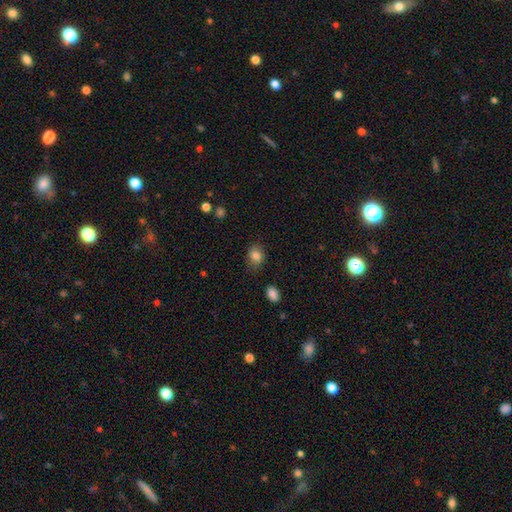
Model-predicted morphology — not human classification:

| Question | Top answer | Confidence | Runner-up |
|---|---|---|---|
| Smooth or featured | smooth | 84% | star or artifact (10%) |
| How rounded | in between | 54% | round (45%) |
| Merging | none | 75% | minor disturbance (19%) |